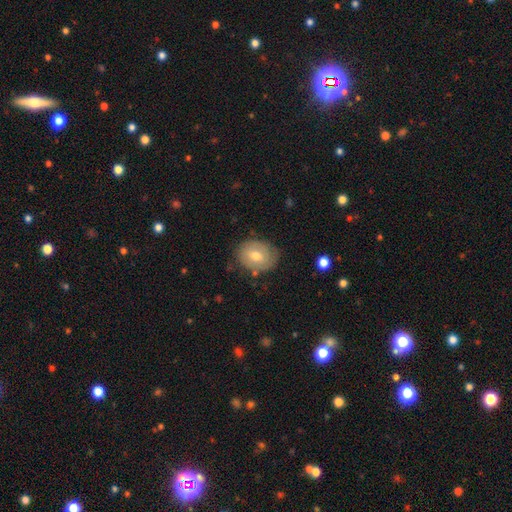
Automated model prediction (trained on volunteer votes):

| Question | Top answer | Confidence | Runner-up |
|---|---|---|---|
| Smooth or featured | smooth | 65% | featured or disk (28%) |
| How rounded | in between | 53% | round (47%) |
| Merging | none | 75% | minor disturbance (18%) |